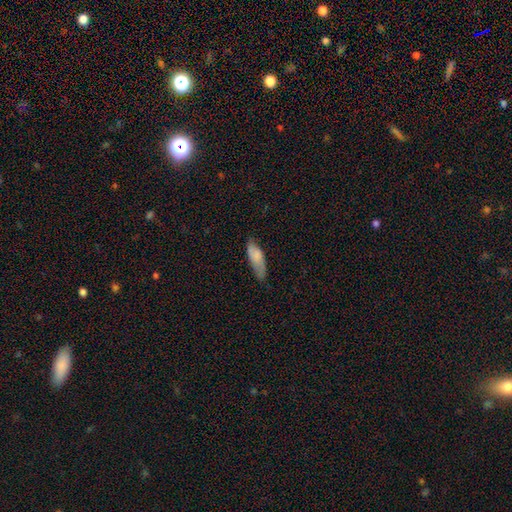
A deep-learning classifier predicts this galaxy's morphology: The model was most divided on "how rounded": in between: 61%, cigar-shaped: 38%, round: 2%. More confident: smooth or featured — smooth (76%); merging — none (64%).